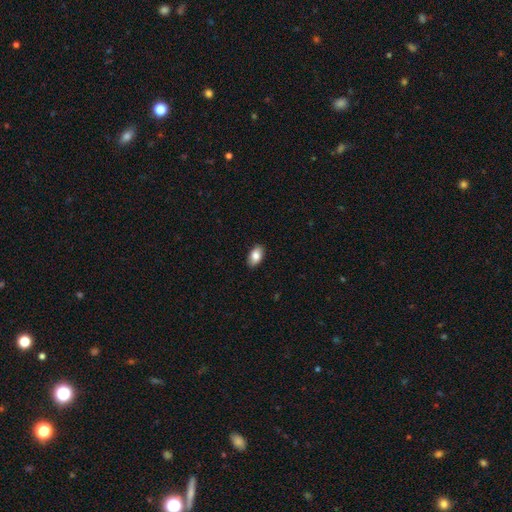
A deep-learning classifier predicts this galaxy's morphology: Smooth or featured?
  - smooth: 84% *
  - featured or disk: 10%
  - star or artifact: 7%
How rounded?
  - in between: 93% *
  - round: 5%
  - cigar-shaped: 2%
Merging?
  - none: 89% *
  - minor disturbance: 8%
  - major disturbance: 2%
  - merger: 1%